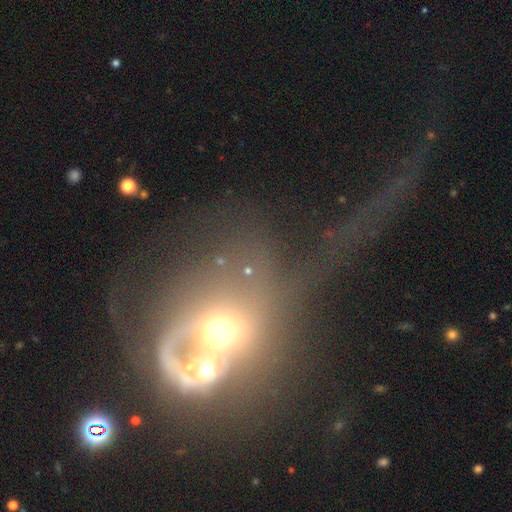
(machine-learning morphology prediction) Smooth or featured? Predicted: featured or disk (p=0.57). Edge-on disk? Predicted: no (p=0.94). Bar? Predicted: no (p=0.76). Spiral arms? Predicted: no (p=0.57). Bulge size? Predicted: moderate (p=0.64). Merging? Predicted: merger (p=0.46).